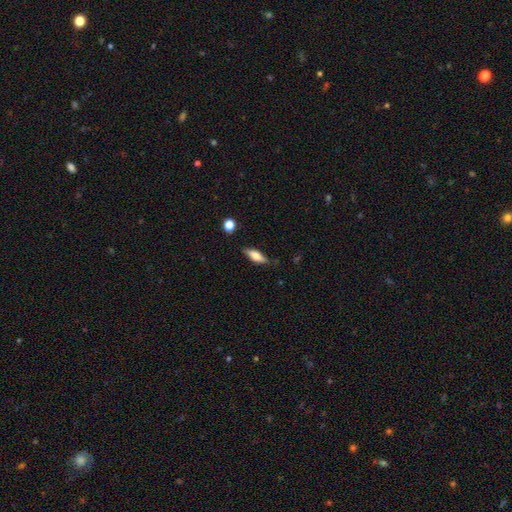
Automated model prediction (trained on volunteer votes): The model was most divided on "how rounded": in between: 59%, cigar-shaped: 38%, round: 3%. More confident: merging — none (79%); smooth or featured — smooth (61%).